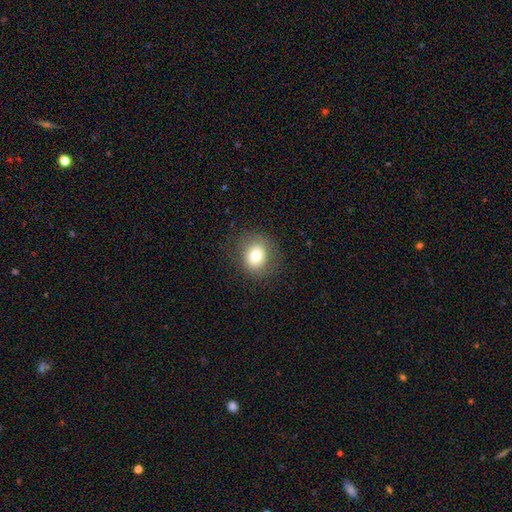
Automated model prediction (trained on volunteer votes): This appears to be a smooth galaxy with no disk features (74%) that is round (78%). Merging: none (83%).